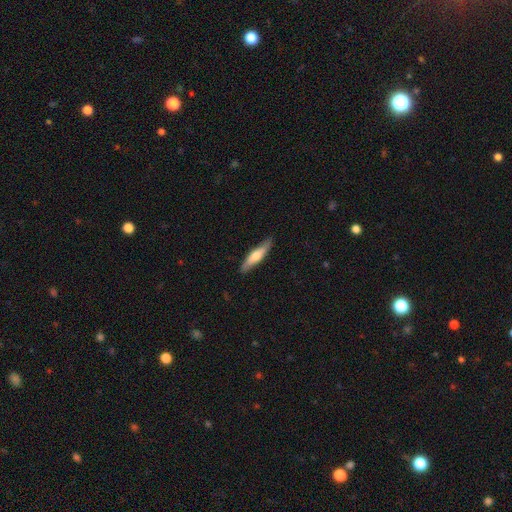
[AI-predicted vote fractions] smooth 59%, featured or disk 36%, star or artifact 5%. Down the decision tree: how rounded — cigar-shaped (78%); merging — none (85%).